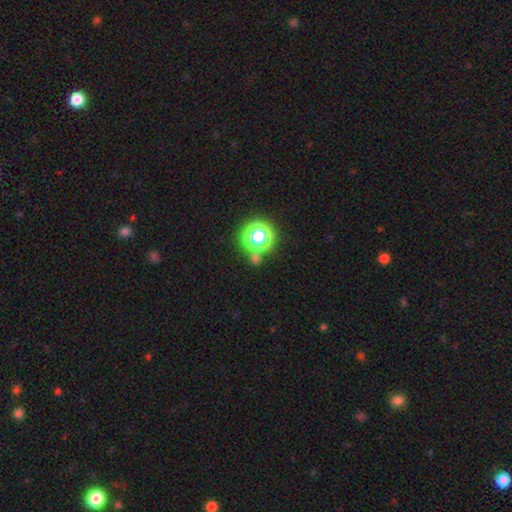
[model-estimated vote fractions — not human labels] Q: Smooth or featured?
A: smooth (52%); runner-up: star or artifact (41%)
Q: How rounded?
A: round (90%); runner-up: in between (9%)
Q: Merging?
A: none (75%); runner-up: merger (13%)